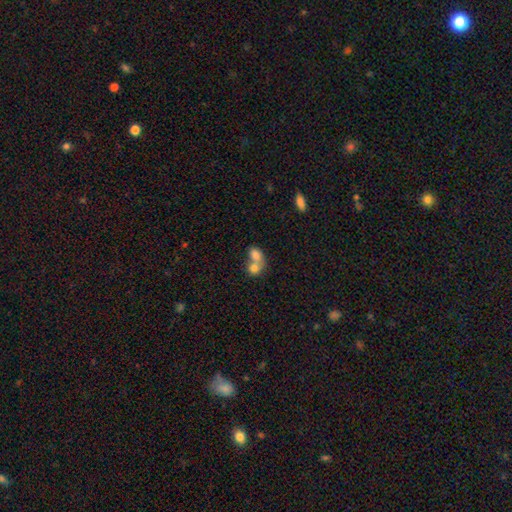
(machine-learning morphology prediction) This appears to be a smooth galaxy with no disk features (75%) that is in between round and cigar-shaped (56%). Merging: merger (74%).